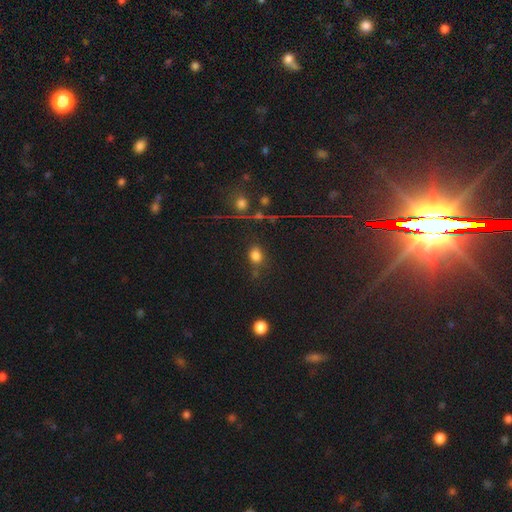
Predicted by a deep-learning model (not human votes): smooth-or-featured: smooth: 74% | star or artifact: 19% | featured or disk: 7%
  how-rounded: in between: 58% | round: 39% | cigar-shaped: 2%
  merging: none: 70% | minor disturbance: 17% | major disturbance: 6% | merger: 6%